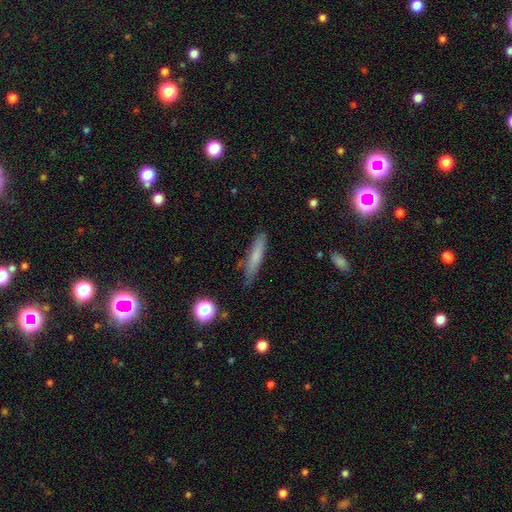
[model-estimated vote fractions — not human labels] Smooth or featured: smooth — 72% (featured or disk — 20%)
How rounded: cigar-shaped — 87% (in between — 11%)
Merging: none — 80% (minor disturbance — 15%)